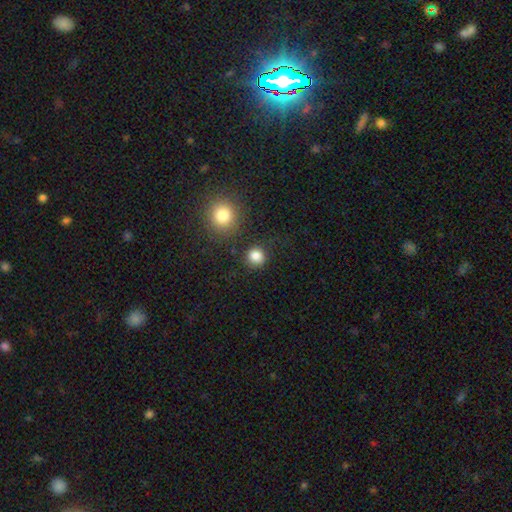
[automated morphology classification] The model was most divided on "merging": none: 81%, minor disturbance: 9%, merger: 5%, major disturbance: 4%. More confident: how rounded — round (89%); smooth or featured — smooth (84%).